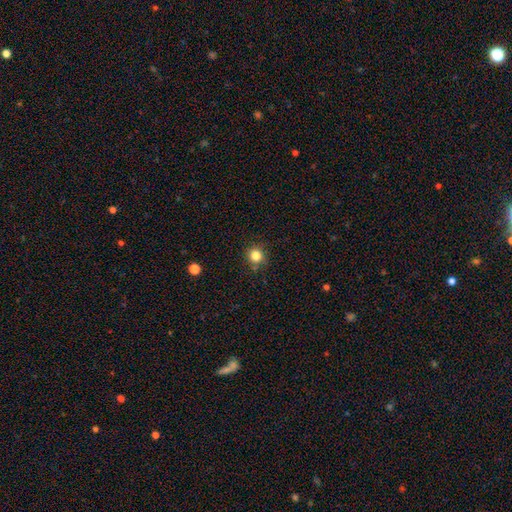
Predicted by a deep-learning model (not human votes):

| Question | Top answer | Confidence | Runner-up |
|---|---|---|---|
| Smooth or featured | smooth | 83% | star or artifact (12%) |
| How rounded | round | 93% | in between (6%) |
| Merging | none | 87% | minor disturbance (8%) |